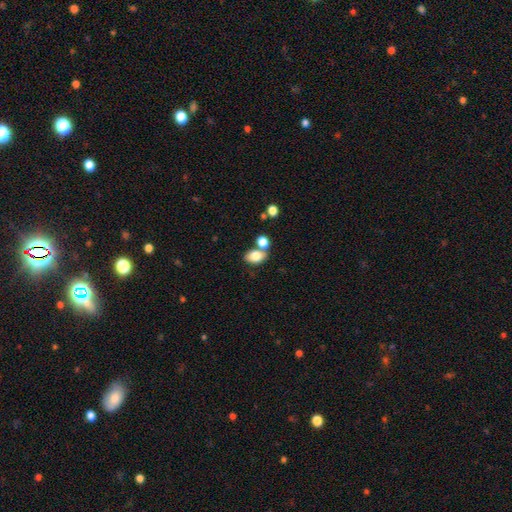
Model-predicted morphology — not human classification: A smooth galaxy with no disk features (80%) that is in between round and cigar-shaped (81%). Merging: none (54%).